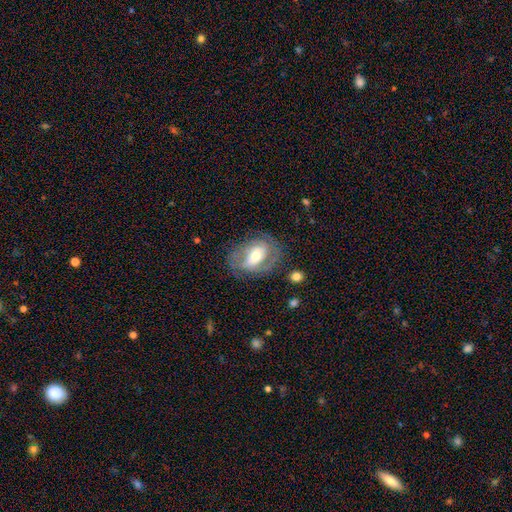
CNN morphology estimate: This appears to be a featured or disk galaxy (61%) with no bar (41%), spiral arms (60%) and a moderate central bulge (62%). Merging: none (65%).